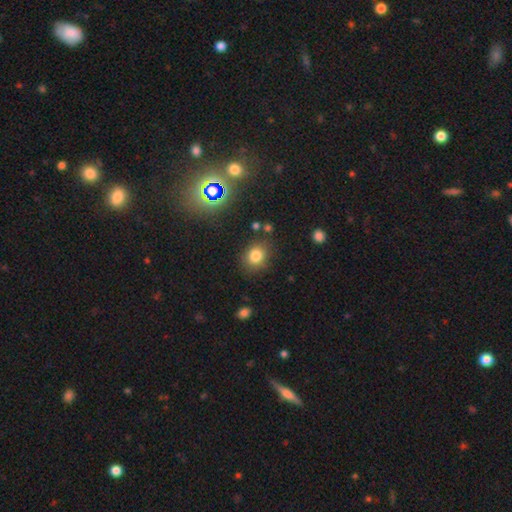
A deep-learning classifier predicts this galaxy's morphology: This is likely a smooth galaxy (79%). How rounded: likely round (60%). Merging: likely none (80%).